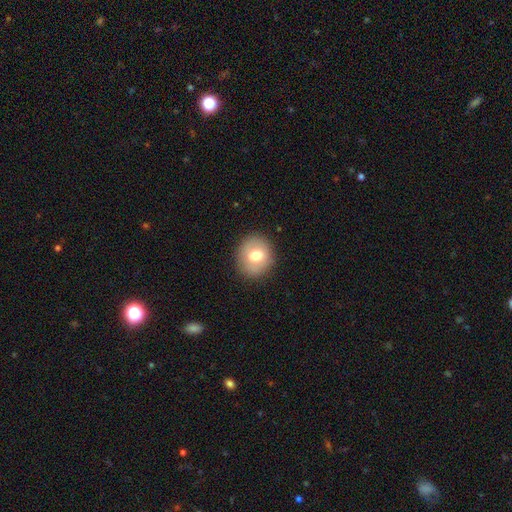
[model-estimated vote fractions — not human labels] Smooth or featured? Predicted: smooth (p=0.70). How rounded? Predicted: round (p=0.80). Merging? Predicted: none (p=0.87).